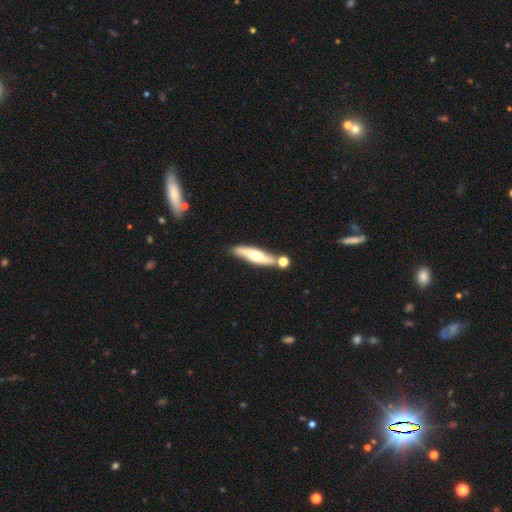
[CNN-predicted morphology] smooth-or-featured: featured or disk: 51% | smooth: 43% | star or artifact: 6%
  disk-edge-on: yes: 79% | no: 21%
  merging: none: 66% | merger: 18% | minor disturbance: 13% | major disturbance: 3%